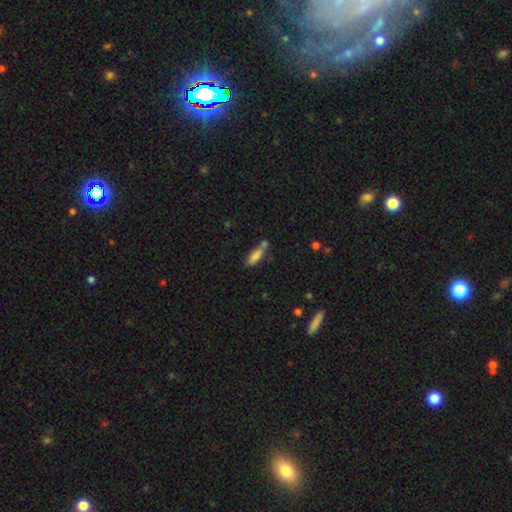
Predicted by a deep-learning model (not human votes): A smooth galaxy with no disk features (79%) that is in between round and cigar-shaped (63%).

Vote fractions:
- Smooth or featured? smooth: 79% / featured or disk: 12% / star or artifact: 8%
- How rounded? in between: 63% / cigar-shaped: 34% / round: 2%
- Merging? none: 47% / merger: 28% / minor disturbance: 19% / major disturbance: 6%